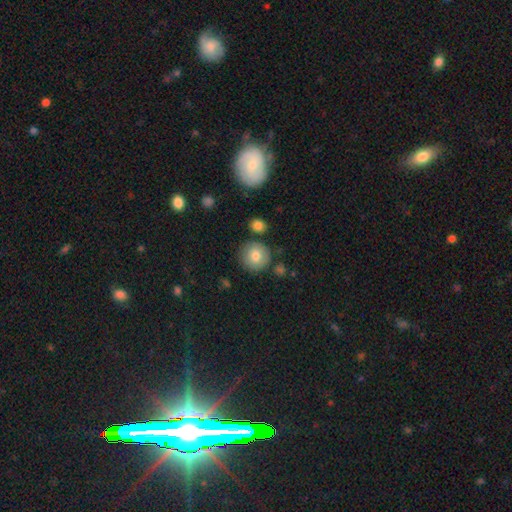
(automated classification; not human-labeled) smooth 80%, featured or disk 11%, star or artifact 9%. Down the decision tree: how rounded — round (93%); merging — none (82%).